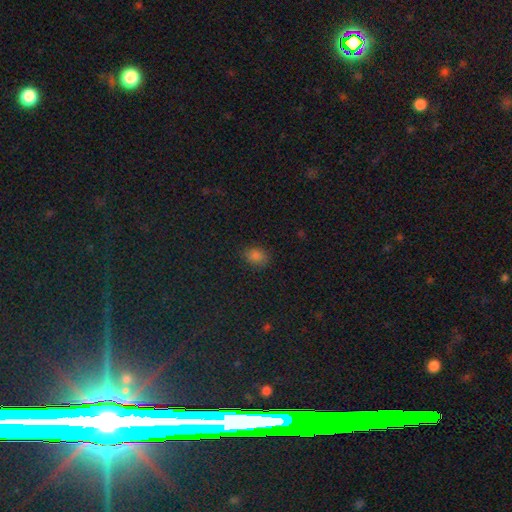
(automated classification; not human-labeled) Smooth or featured: smooth — 79% (star or artifact — 17%)
How rounded: in between — 58% (round — 41%)
Merging: none — 81% (minor disturbance — 14%)